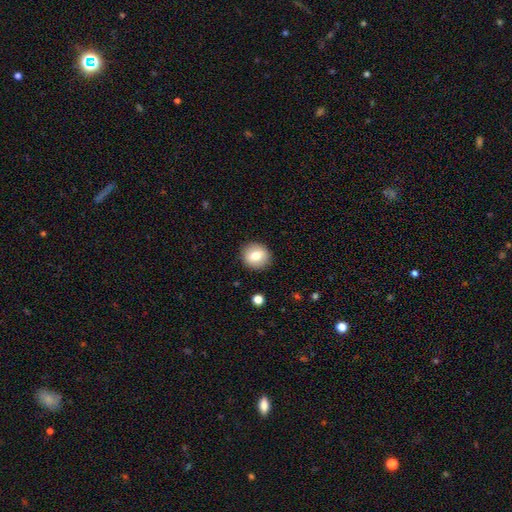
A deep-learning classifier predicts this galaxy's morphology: smooth_or_featured: smooth (p=0.74) [alt: featured or disk p=0.17]
how_rounded: round (p=0.85) [alt: in between p=0.14]
merging: none (p=0.90) [alt: minor disturbance p=0.07]